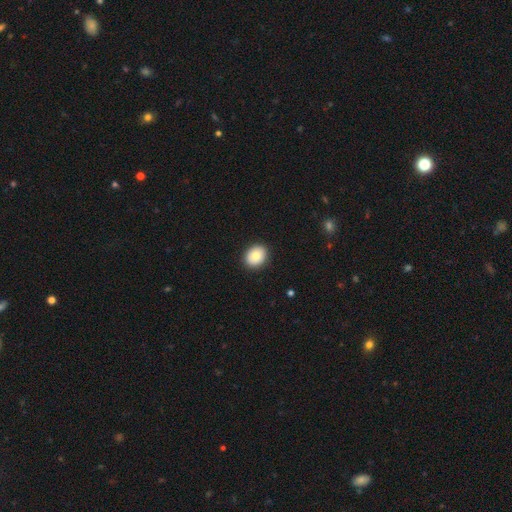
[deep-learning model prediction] smooth 80%, featured or disk 12%, star or artifact 8%. Down the decision tree: how rounded — round (56%); merging — none (90%).